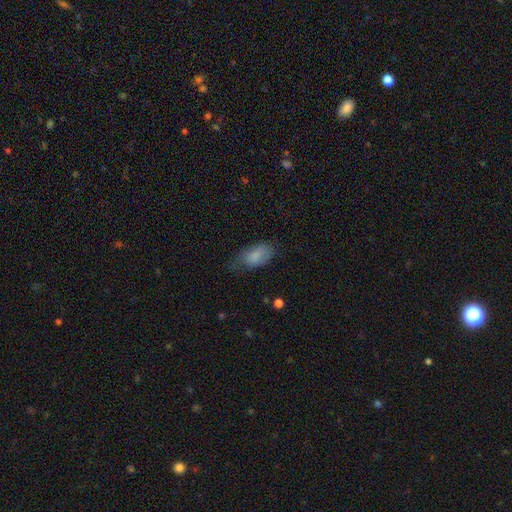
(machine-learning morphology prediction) Smooth or featured?
  - smooth: 82% *
  - featured or disk: 11%
  - star or artifact: 7%
How rounded?
  - in between: 92% *
  - round: 4%
  - cigar-shaped: 4%
Merging?
  - none: 54% *
  - minor disturbance: 32%
  - major disturbance: 13%
  - merger: 2%